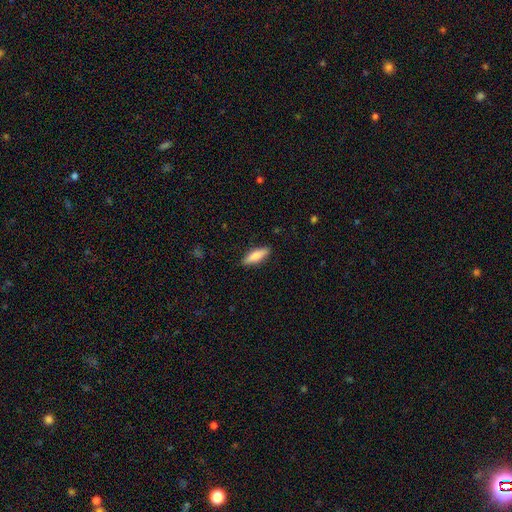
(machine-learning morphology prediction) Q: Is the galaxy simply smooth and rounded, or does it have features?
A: smooth — 80%.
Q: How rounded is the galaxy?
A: cigar-shaped — 52%.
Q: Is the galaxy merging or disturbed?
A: none — 88%.